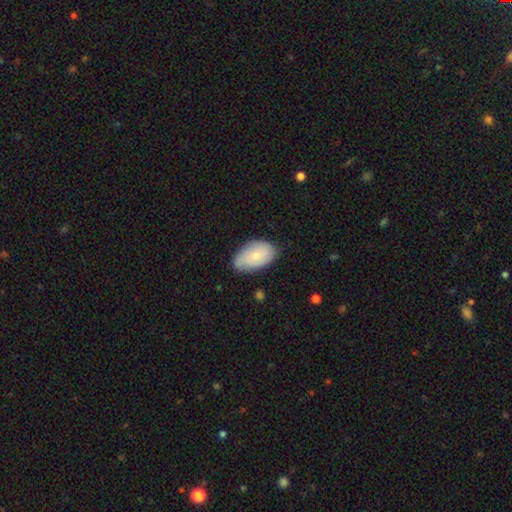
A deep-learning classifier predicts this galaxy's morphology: Smooth or featured?
  - smooth: 64% *
  - featured or disk: 30%
  - star or artifact: 6%
How rounded?
  - in between: 93% *
  - round: 5%
  - cigar-shaped: 2%
Merging?
  - none: 72% *
  - minor disturbance: 23%
  - major disturbance: 4%
  - merger: 1%